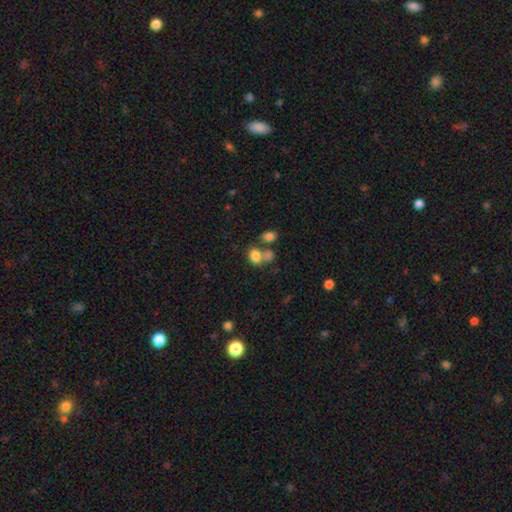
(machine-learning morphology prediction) type=smooth (79%); roundness=in between (66%); merging=merger (42%).